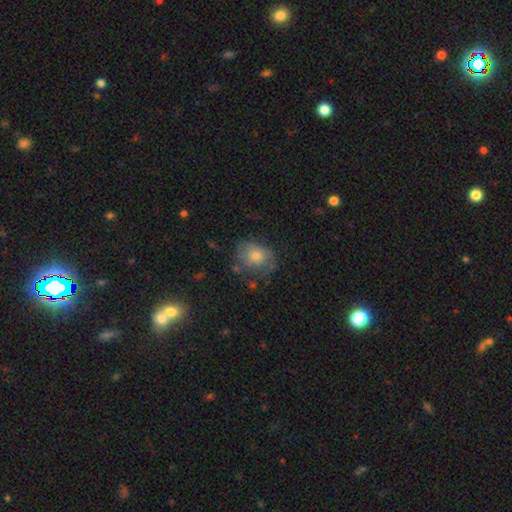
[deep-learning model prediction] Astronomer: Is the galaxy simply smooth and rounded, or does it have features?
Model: featured or disk — 58%.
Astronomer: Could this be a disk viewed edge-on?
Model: no — 97%.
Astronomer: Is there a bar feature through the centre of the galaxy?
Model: no — 78%.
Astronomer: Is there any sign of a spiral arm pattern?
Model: yes — 85%.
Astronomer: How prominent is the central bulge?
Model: moderate — 57%.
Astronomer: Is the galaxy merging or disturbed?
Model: none — 66%.